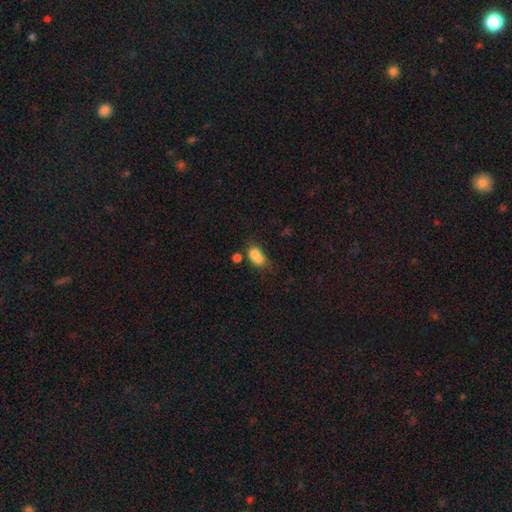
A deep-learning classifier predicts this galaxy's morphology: Smooth or featured? smooth (73%)
How rounded? in between (65%)
Merging? merger (52%)